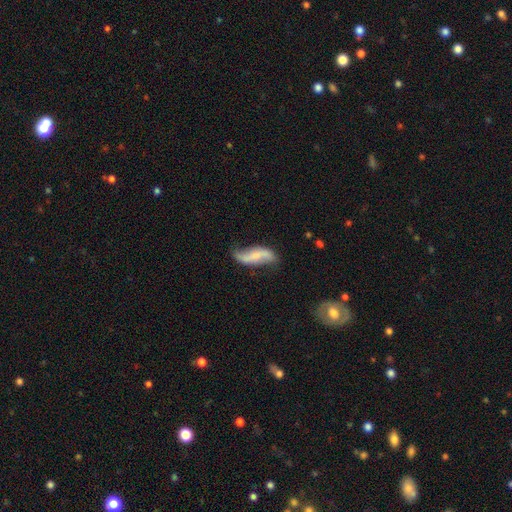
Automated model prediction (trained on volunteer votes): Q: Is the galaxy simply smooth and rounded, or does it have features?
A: featured or disk — 67%.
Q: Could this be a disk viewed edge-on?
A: no — 90%.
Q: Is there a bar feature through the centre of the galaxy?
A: no — 42%.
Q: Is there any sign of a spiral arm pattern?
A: yes — 91%.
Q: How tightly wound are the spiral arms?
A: loose — 85%.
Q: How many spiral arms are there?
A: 2 — 90%.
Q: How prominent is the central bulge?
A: small — 44%.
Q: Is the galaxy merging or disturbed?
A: none — 62%.